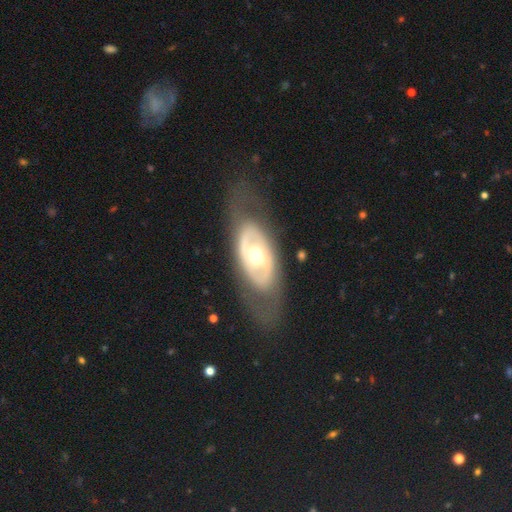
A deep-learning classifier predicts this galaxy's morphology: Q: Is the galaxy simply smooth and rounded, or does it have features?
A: featured or disk — 69%.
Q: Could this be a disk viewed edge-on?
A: no — 88%.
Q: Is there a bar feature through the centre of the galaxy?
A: no — 73%.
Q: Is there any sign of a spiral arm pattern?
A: no — 76%.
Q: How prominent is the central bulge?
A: moderate — 71%.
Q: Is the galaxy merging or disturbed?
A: none — 72%.